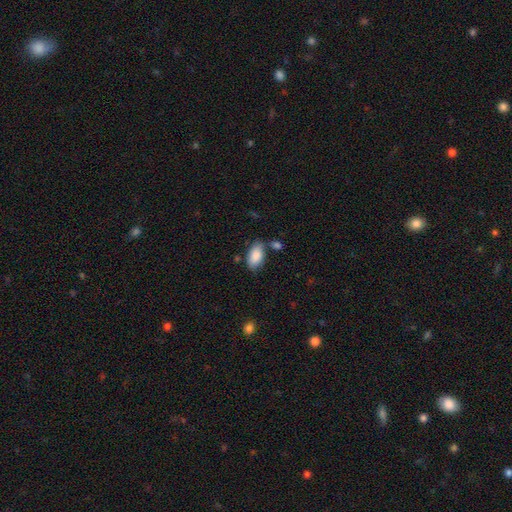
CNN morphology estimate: smooth-or-featured: smooth: 88% | star or artifact: 6% | featured or disk: 6%
  how-rounded: in between: 94% | round: 3% | cigar-shaped: 3%
  merging: none: 65% | minor disturbance: 19% | merger: 11% | major disturbance: 5%